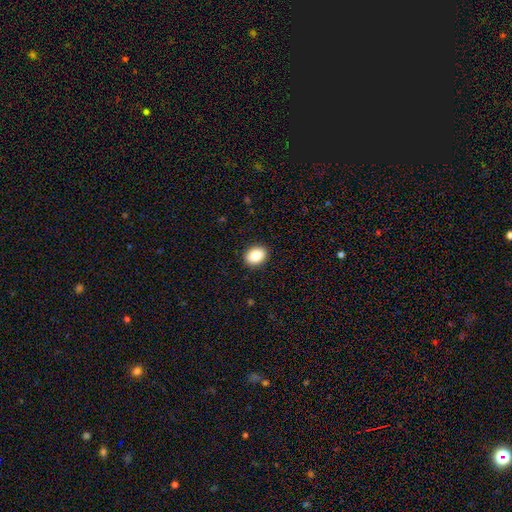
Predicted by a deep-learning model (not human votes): The model was most divided on "how rounded": in between: 63%, round: 36%, cigar-shaped: 1%. More confident: merging — none (91%); smooth or featured — smooth (86%).